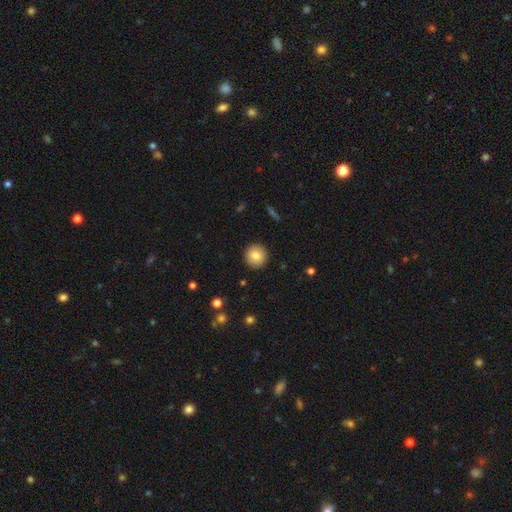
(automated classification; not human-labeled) This appears to be a smooth galaxy with no disk features (83%) that is round (93%). Merging: none (92%).